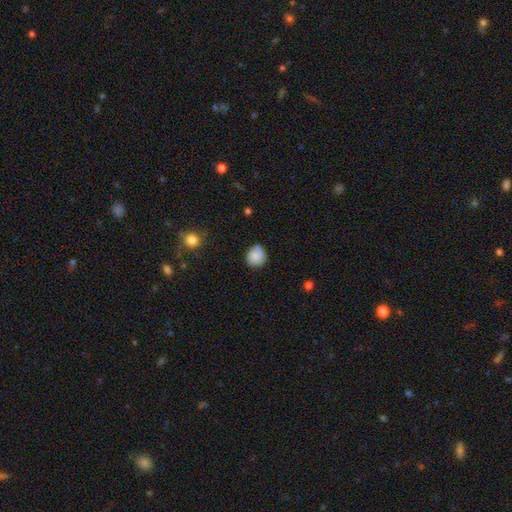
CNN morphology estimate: A smooth galaxy with no disk features (78%) that is round (72%).

Vote fractions:
- Smooth or featured? smooth: 78% / featured or disk: 13% / star or artifact: 9%
- How rounded? round: 72% / in between: 27% / cigar-shaped: 1%
- Merging? none: 64% / minor disturbance: 27% / major disturbance: 6% / merger: 2%